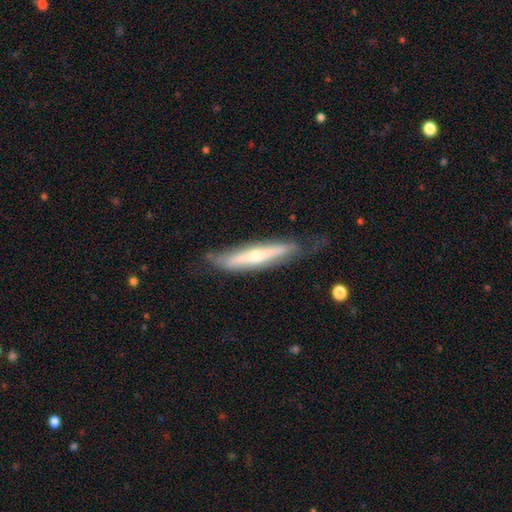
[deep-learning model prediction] This is likely a featured or disk galaxy (61%). It is likely viewed edge-on (78%). Merging: likely none (63%).